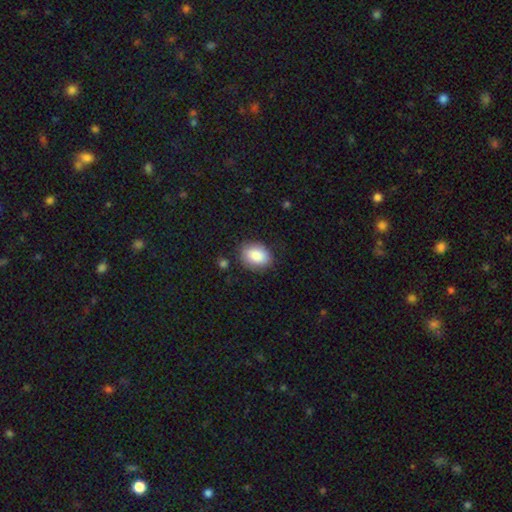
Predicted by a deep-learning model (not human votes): Q: Smooth or featured?
A: smooth (87%); runner-up: star or artifact (7%)
Q: How rounded?
A: in between (74%); runner-up: round (25%)
Q: Merging?
A: none (80%); runner-up: minor disturbance (14%)